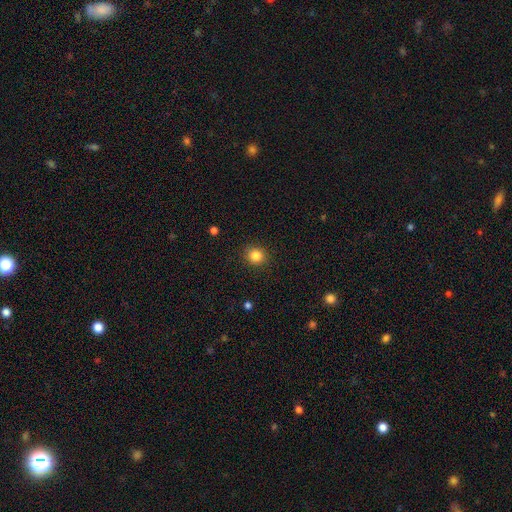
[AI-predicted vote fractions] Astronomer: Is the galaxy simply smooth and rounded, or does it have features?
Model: smooth — 84%.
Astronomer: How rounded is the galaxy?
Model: round — 86%.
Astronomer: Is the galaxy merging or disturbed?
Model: none — 90%.